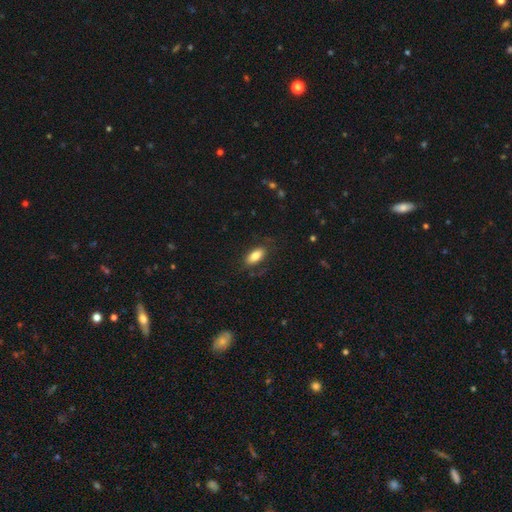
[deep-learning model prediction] smooth 80%, featured or disk 13%, star or artifact 7%. Down the decision tree: how rounded — in between (87%); merging — none (78%).